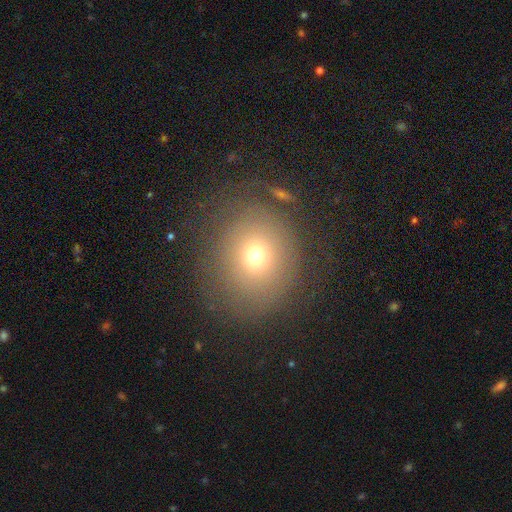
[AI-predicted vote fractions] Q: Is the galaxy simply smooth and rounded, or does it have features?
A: smooth — 66%.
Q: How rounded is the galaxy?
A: round — 79%.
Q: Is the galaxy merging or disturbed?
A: none — 73%.